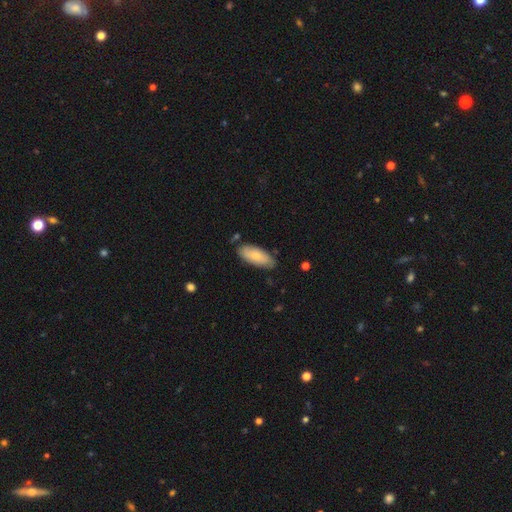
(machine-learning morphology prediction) Q: Smooth or featured?
A: smooth (72%); runner-up: featured or disk (22%)
Q: How rounded?
A: in between (84%); runner-up: cigar-shaped (15%)
Q: Merging?
A: none (77%); runner-up: minor disturbance (18%)